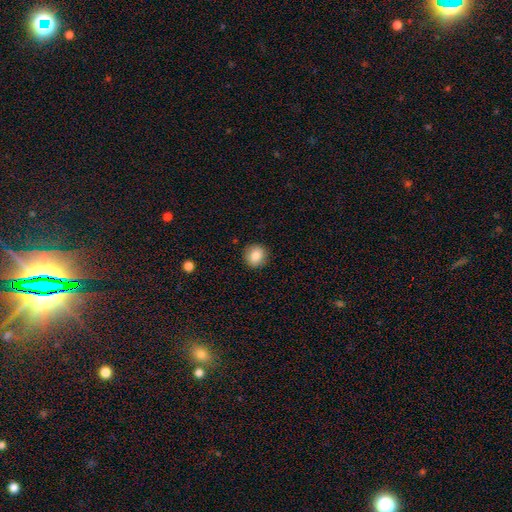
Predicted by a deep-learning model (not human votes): This is clearly a smooth galaxy (86%). How rounded: clearly round (86%). Merging: clearly none (89%).